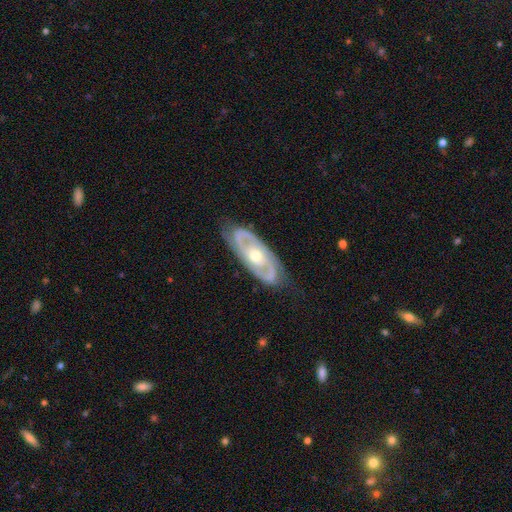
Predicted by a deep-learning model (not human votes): Q: Smooth or featured?
A: featured or disk (88%); runner-up: smooth (7%)
Q: Edge-on disk?
A: no (92%); runner-up: yes (8%)
Q: Bar?
A: no (69%); runner-up: weak (22%)
Q: Spiral arms?
A: yes (94%); runner-up: no (6%)
Q: Spiral winding?
A: tight (53%); runner-up: medium (38%)
Q: Spiral arm count?
A: 2 (86%); runner-up: can't tell (7%)
Q: Bulge size?
A: moderate (68%); runner-up: small (27%)
Q: Merging?
A: none (80%); runner-up: minor disturbance (15%)